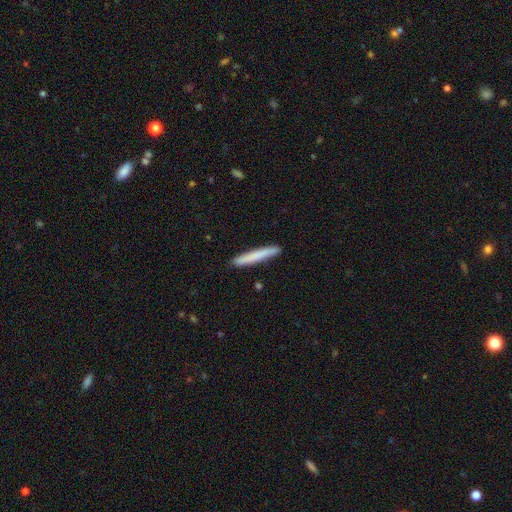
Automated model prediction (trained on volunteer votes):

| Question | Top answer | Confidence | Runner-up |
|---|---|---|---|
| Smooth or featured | smooth | 75% | featured or disk (20%) |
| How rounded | cigar-shaped | 97% | in between (2%) |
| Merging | none | 90% | minor disturbance (8%) |